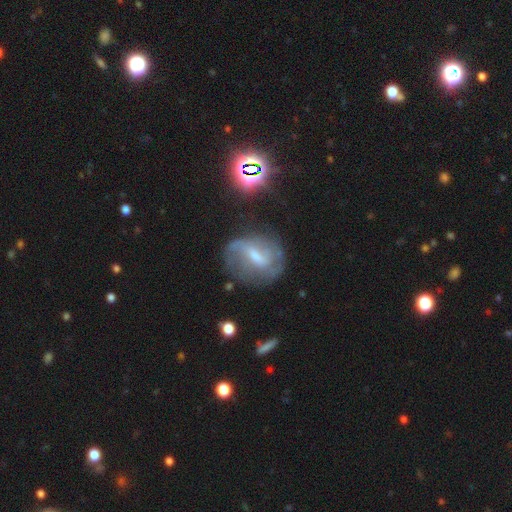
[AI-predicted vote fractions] Smooth or featured? Predicted: featured or disk (p=0.69). Edge-on disk? Predicted: no (p=0.95). Bar? Predicted: weak (p=0.53). Spiral arms? Predicted: yes (p=0.80). Spiral winding? Predicted: medium (p=0.40). Spiral arm count? Predicted: 2 (p=0.48). Bulge size? Predicted: small (p=0.45). Merging? Predicted: none (p=0.59).